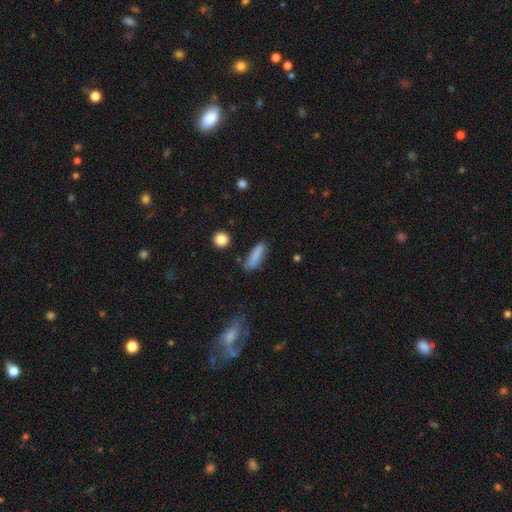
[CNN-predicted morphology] smooth_or_featured: smooth (p=0.82) [alt: featured or disk p=0.10]
how_rounded: cigar-shaped (p=0.58) [alt: in between p=0.39]
merging: none (p=0.70) [alt: minor disturbance p=0.21]